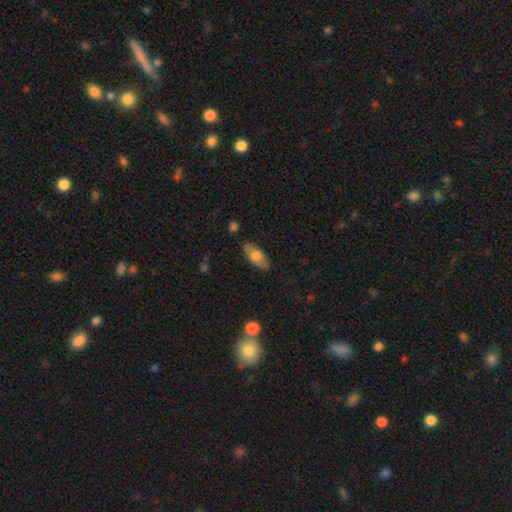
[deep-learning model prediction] Morphology: type=smooth (69%); roundness=in between (81%); merging=none (85%).